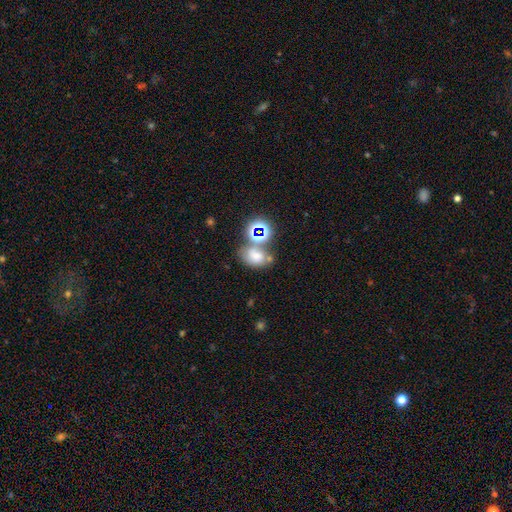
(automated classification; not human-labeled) Q: Smooth or featured?
A: smooth (59%); runner-up: star or artifact (26%)
Q: How rounded?
A: in between (65%); runner-up: round (34%)
Q: Merging?
A: none (43%); runner-up: merger (34%)